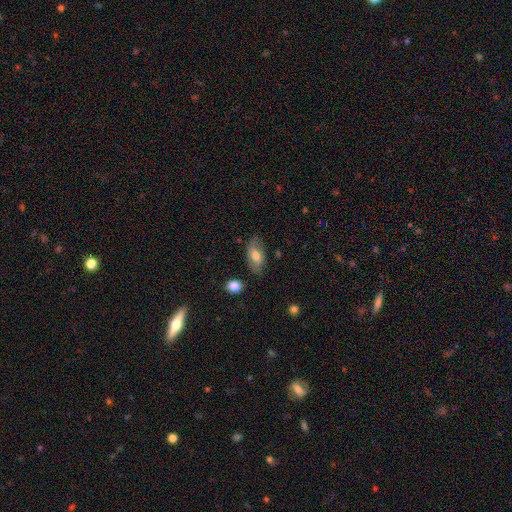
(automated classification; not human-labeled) Smooth or featured?
  - smooth: 62% *
  - featured or disk: 31%
  - star or artifact: 7%
How rounded?
  - in between: 90% *
  - cigar-shaped: 6%
  - round: 4%
Merging?
  - none: 74% *
  - minor disturbance: 19%
  - major disturbance: 5%
  - merger: 2%